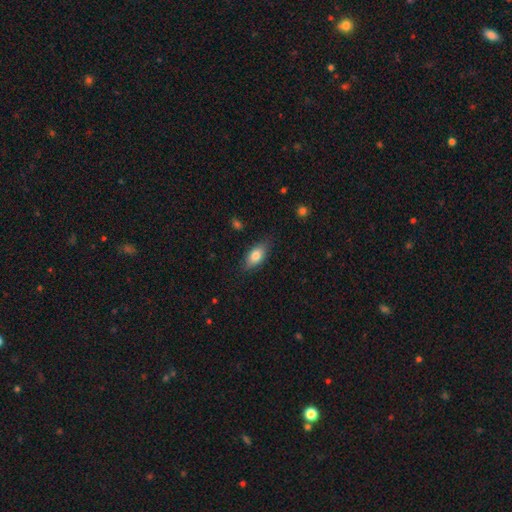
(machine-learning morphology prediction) Overall: smooth (80%). How rounded: in between (87%). Merging: none (81%).